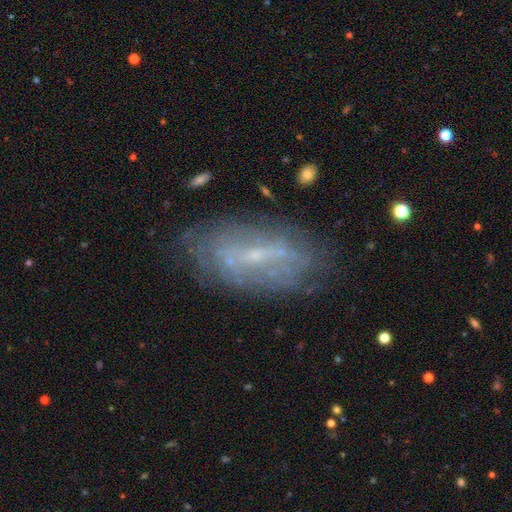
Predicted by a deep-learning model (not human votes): smooth-or-featured: featured or disk: 65% | smooth: 25% | star or artifact: 10%
  disk-edge-on: no: 85% | yes: 15%
    bar: weak: 44% | strong: 29% | no: 27%
    has-spiral-arms: yes: 50% (tied) | no: 50% (tied)
    bulge-size: small: 74% | moderate: 14% | none: 10% | large: 1% | dominant: 1%
  merging: none: 72% | minor disturbance: 18% | major disturbance: 7% | merger: 3%